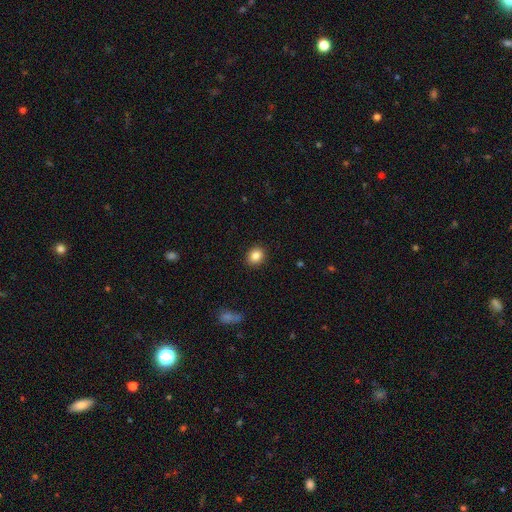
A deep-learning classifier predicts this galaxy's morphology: Q: Smooth or featured?
A: smooth (85%); runner-up: star or artifact (9%)
Q: How rounded?
A: round (65%); runner-up: in between (34%)
Q: Merging?
A: none (90%); runner-up: minor disturbance (7%)